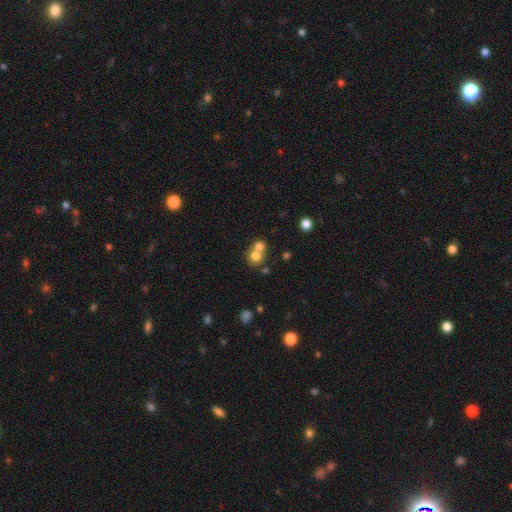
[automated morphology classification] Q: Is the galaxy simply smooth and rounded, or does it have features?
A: smooth — 74%.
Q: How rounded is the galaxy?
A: round — 82%.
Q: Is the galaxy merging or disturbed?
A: merger — 57%.